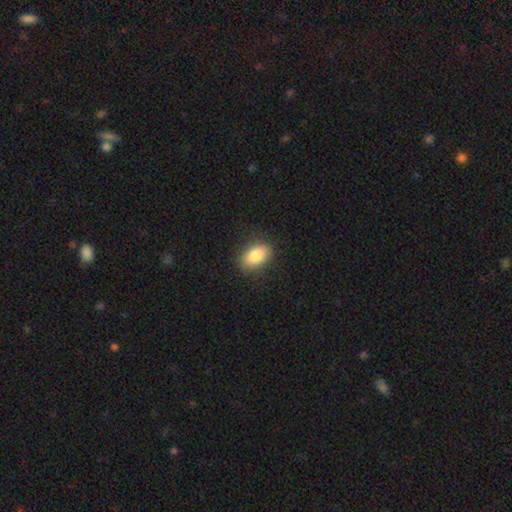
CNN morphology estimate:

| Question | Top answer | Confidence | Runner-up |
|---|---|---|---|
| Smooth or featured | smooth | 85% | featured or disk (7%) |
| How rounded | in between | 90% | round (8%) |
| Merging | none | 85% | minor disturbance (11%) |